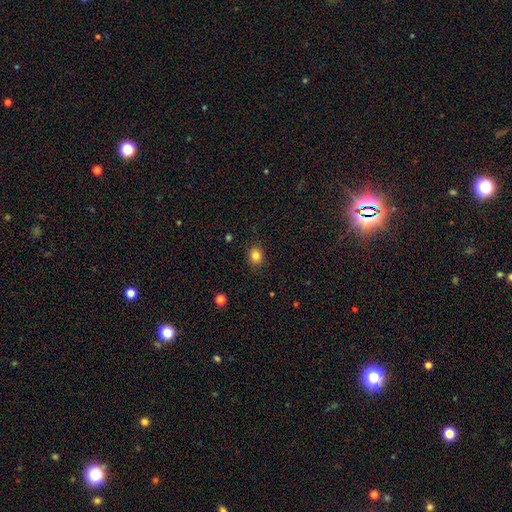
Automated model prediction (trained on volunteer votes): Smooth or featured? smooth (83%)
How rounded? round (71%)
Merging? none (89%)